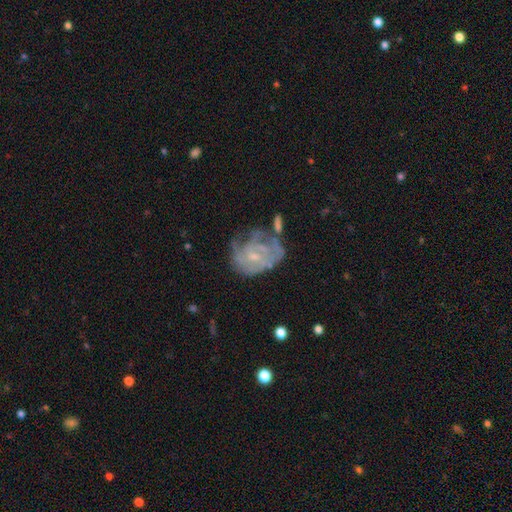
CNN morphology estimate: Smooth or featured? featured or disk (74%)
Edge-on disk? no (97%)
Bar? no (61%)
Spiral arms? yes (73%)
Spiral winding? tight (55%)
Spiral arm count? can't tell (52%)
Bulge size? small (64%)
Merging? none (37%)